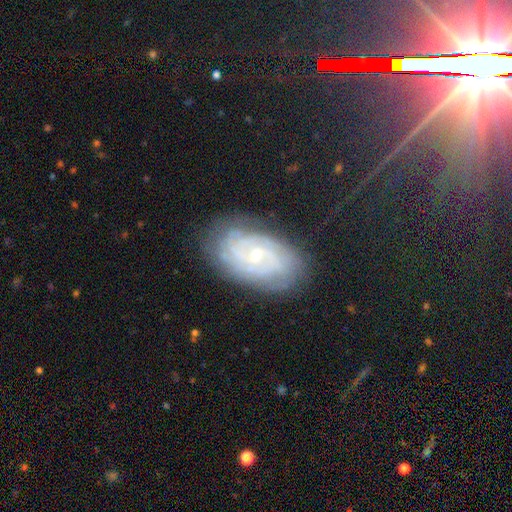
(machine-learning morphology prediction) smooth-or-featured: featured or disk: 80% | smooth: 11% | star or artifact: 9%
  disk-edge-on: no: 96% | yes: 4%
    bar: no: 66% | weak: 27% | strong: 6%
    has-spiral-arms: yes: 95% | no: 5%
      spiral-winding: tight: 74% | medium: 21% | loose: 5%
      spiral-arm-count: can't tell: 38% | 2: 21% | 3: 15% | 4: 12% | more than 4: 7% | 1: 6%
    bulge-size: small: 73% | moderate: 24% | none: 1% | large: 1% | dominant: 1%
  merging: none: 79% | minor disturbance: 15% | major disturbance: 5% | merger: 1%